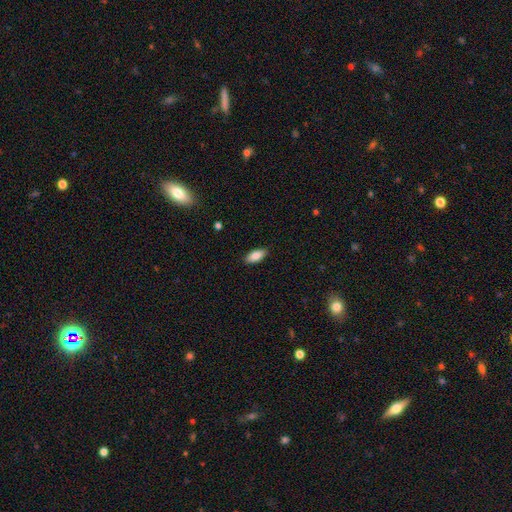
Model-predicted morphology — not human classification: Smooth or featured?
  - smooth: 86% *
  - featured or disk: 8%
  - star or artifact: 7%
How rounded?
  - in between: 88% *
  - cigar-shaped: 10%
  - round: 2%
Merging?
  - none: 89% *
  - minor disturbance: 8%
  - major disturbance: 2%
  - merger: 1%